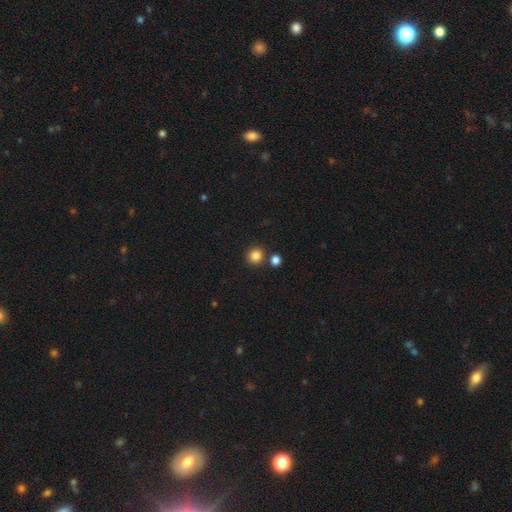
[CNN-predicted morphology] type=smooth (85%); roundness=round (90%); merging=none (80%).